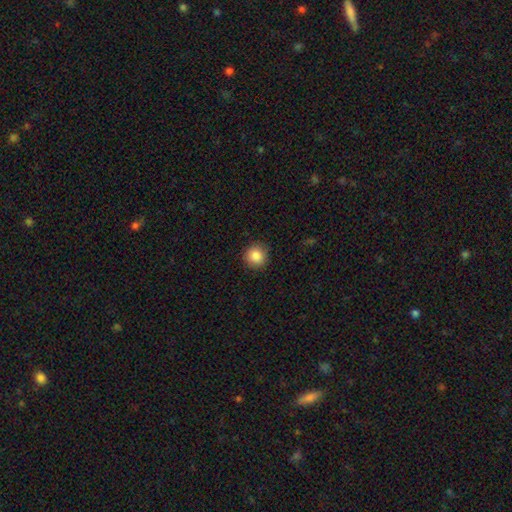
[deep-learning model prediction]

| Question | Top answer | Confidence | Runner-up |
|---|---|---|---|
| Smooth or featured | smooth | 86% | star or artifact (9%) |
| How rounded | round | 93% | in between (6%) |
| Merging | none | 89% | minor disturbance (8%) |